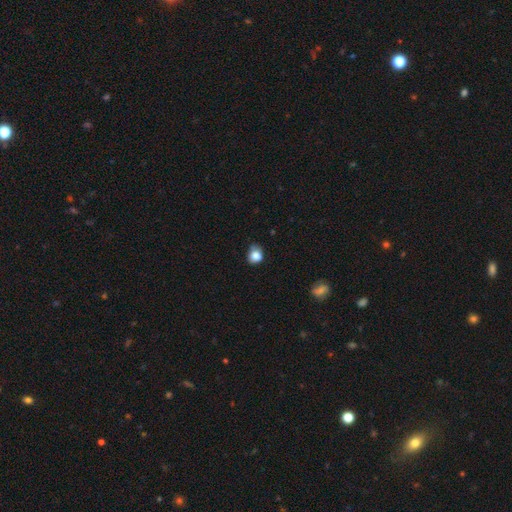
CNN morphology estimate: This appears to be a smooth galaxy with no disk features (83%) that is round (70%). Merging: none (57%).